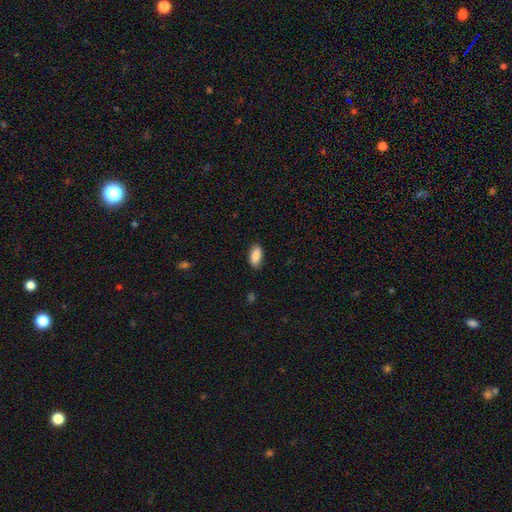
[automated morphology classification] A smooth galaxy with no disk features (88%) that is in between round and cigar-shaped (89%).

Vote fractions:
- Smooth or featured? smooth: 88% / star or artifact: 7% / featured or disk: 5%
- How rounded? in between: 89% / cigar-shaped: 8% / round: 3%
- Merging? none: 84% / minor disturbance: 12% / major disturbance: 2% / merger: 1%